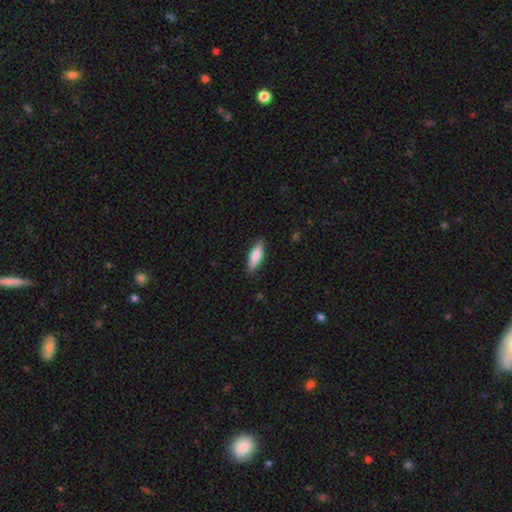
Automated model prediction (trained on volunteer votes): This appears to be a smooth galaxy with no disk features (80%) that is cigar-shaped (50%). Merging: none (86%).